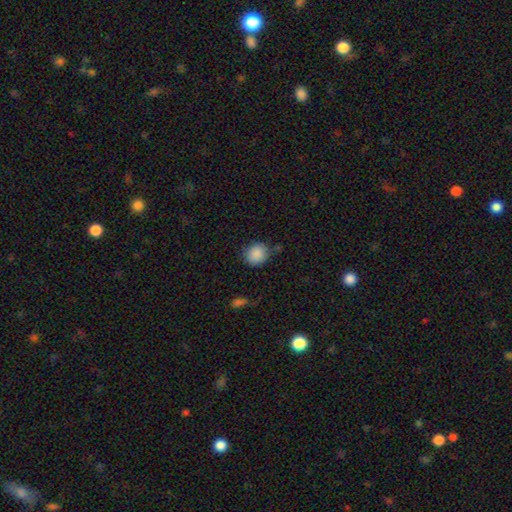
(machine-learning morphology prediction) This appears to be a smooth galaxy with no disk features (88%) that is round (80%). Merging: none (75%).